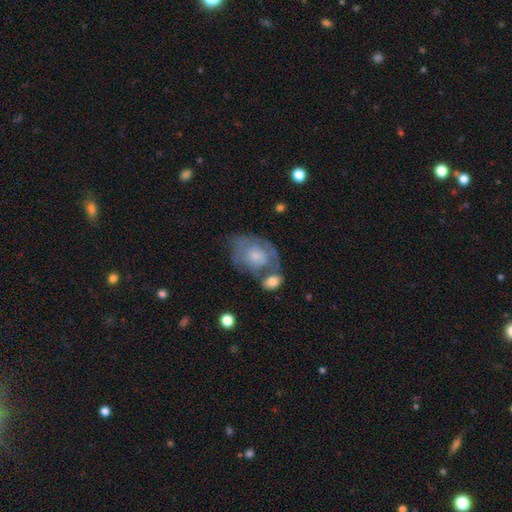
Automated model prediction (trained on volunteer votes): smooth-or-featured: featured or disk: 50% | smooth: 43% | star or artifact: 7%
  merging: none: 35% | merger: 26% | minor disturbance: 22% | major disturbance: 18%